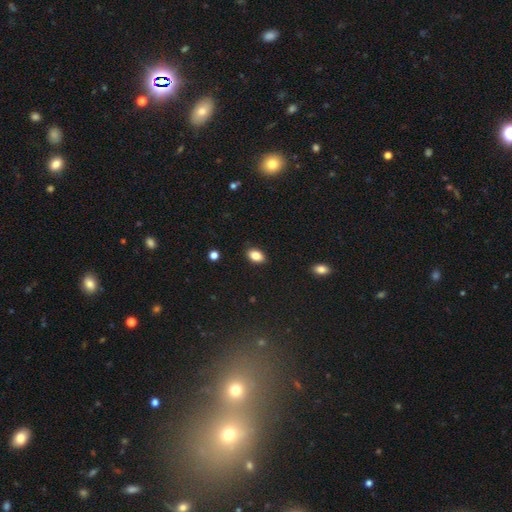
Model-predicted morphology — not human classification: smooth-or-featured: smooth: 85% | star or artifact: 9% | featured or disk: 6%
  how-rounded: in between: 87% | round: 12% | cigar-shaped: 2%
  merging: none: 87% | minor disturbance: 10% | major disturbance: 2% | merger: 1%